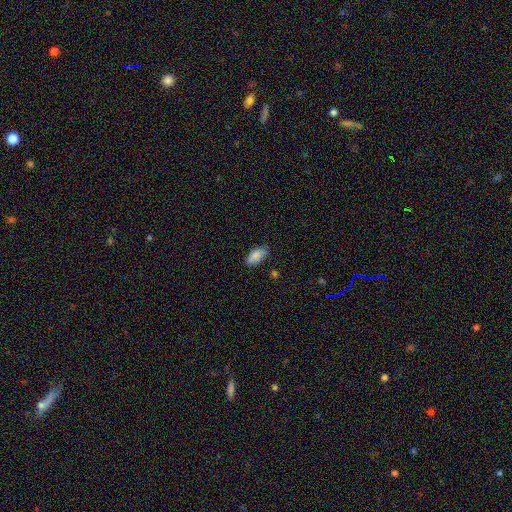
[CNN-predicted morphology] This is clearly a smooth galaxy (87%). How rounded: clearly in between (89%). Merging: clearly none (80%).